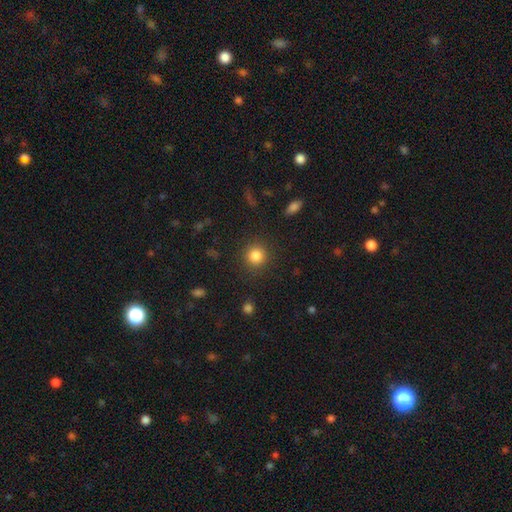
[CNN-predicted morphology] Overall: smooth (84%). How rounded: round (92%). Merging: none (89%).